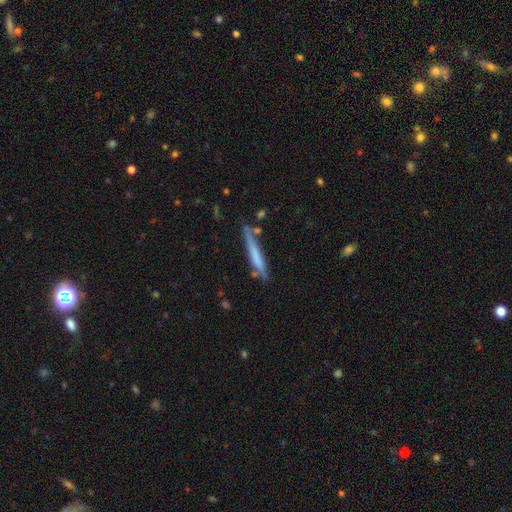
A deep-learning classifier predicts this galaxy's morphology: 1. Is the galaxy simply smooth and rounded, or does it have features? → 60% smooth, 34% featured or disk, 6% star or artifact.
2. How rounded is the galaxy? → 95% cigar-shaped, 4% in between, 1% round.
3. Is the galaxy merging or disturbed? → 72% none, 18% minor disturbance, 6% merger, 4% major disturbance.